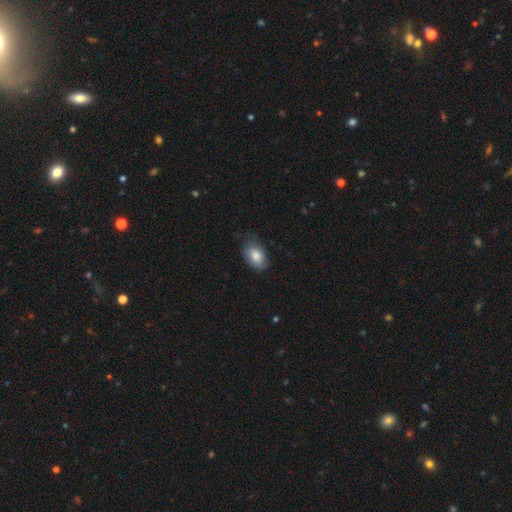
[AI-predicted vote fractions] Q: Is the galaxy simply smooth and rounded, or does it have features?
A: smooth — 81%.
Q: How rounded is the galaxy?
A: in between — 88%.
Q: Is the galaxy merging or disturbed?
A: none — 68%.